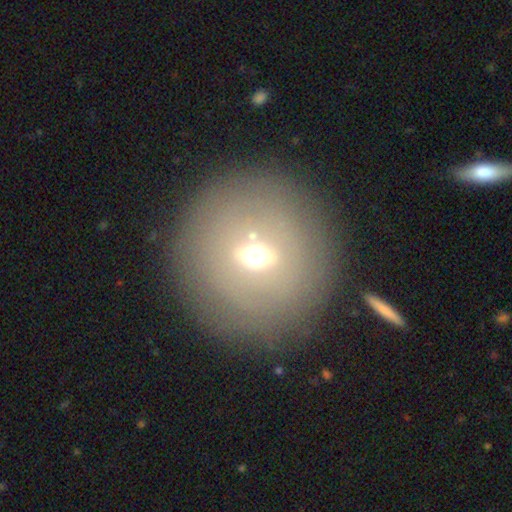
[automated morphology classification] The model was most divided on "smooth or featured": smooth: 50%, featured or disk: 36%, star or artifact: 14%. More confident: how rounded — round (93%); merging — none (84%).